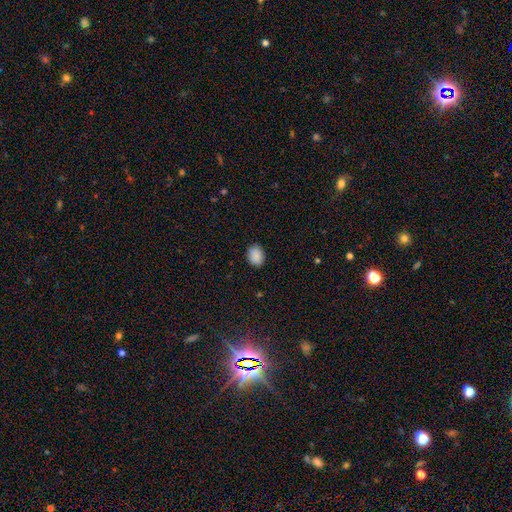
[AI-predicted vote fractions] Morphology: type=smooth (89%); roundness=in between (59%); merging=none (87%).